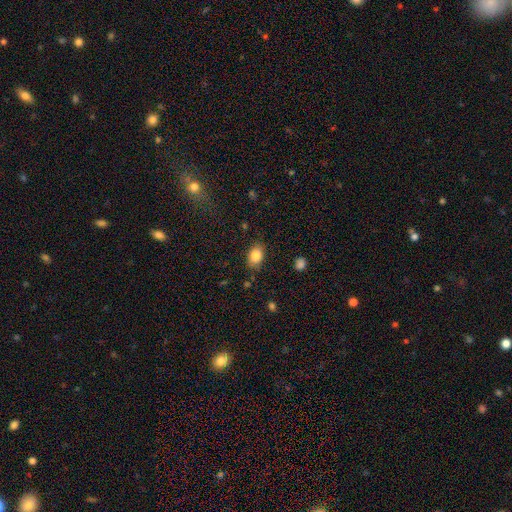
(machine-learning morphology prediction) Smooth or featured: smooth — 85% (star or artifact — 8%)
How rounded: in between — 82% (round — 16%)
Merging: none — 81% (minor disturbance — 14%)